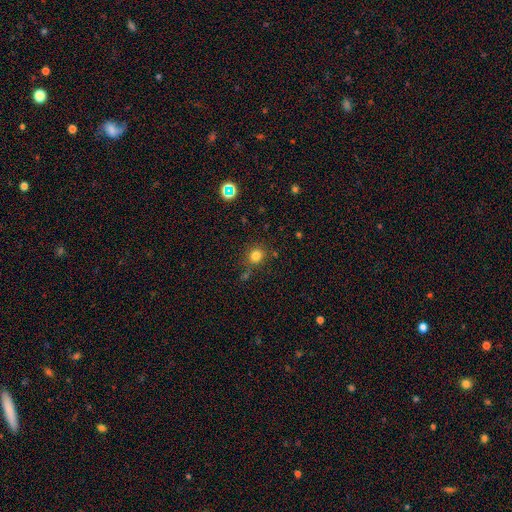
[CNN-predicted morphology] The model was most divided on "how rounded": round: 81%, in between: 18%, cigar-shaped: 1%. More confident: smooth or featured — smooth (80%); merging — none (78%).